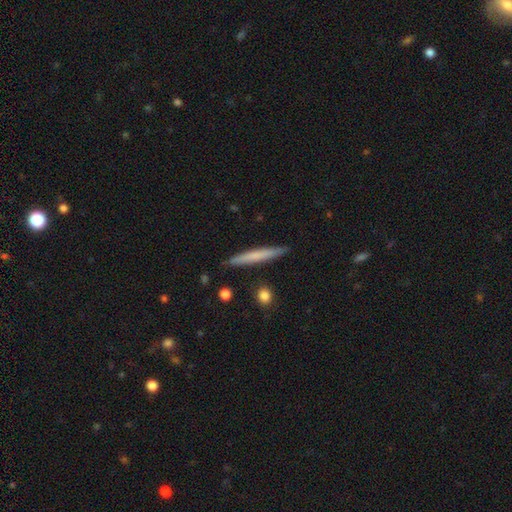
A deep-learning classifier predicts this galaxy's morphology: Smooth or featured: smooth — 62% (featured or disk — 32%)
How rounded: cigar-shaped — 96% (in between — 3%)
Merging: none — 90% (minor disturbance — 7%)